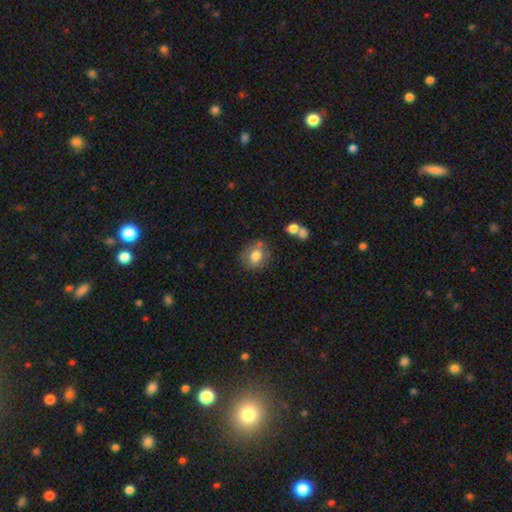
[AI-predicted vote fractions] Morphology: type=smooth (75%); roundness=round (68%); merging=none (69%).